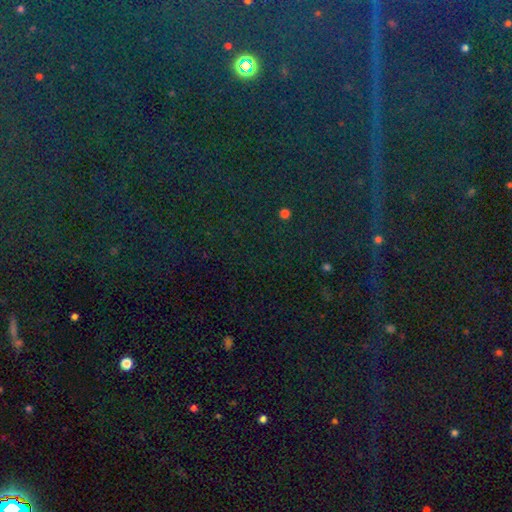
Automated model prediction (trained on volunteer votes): A star or artifact, not a galaxy (82%).

Vote fractions:
- Smooth or featured? star or artifact: 82% / smooth: 10% / featured or disk: 8%